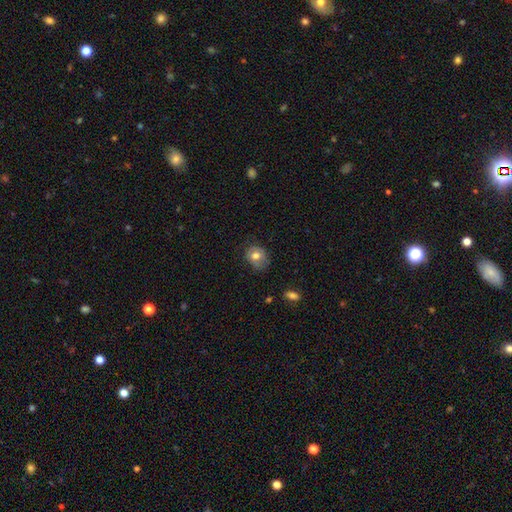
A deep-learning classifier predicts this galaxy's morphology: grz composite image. It shows a smooth galaxy with no disk features (71%) that is round (57%). Merging: none (63%).